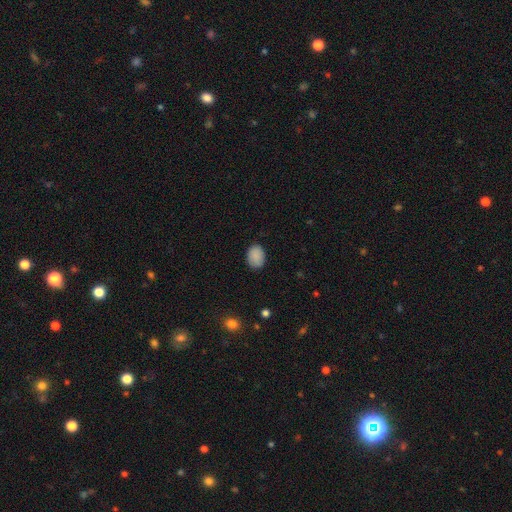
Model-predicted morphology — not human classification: This appears to be a smooth galaxy with no disk features (88%) that is in between round and cigar-shaped (70%). Merging: none (83%).